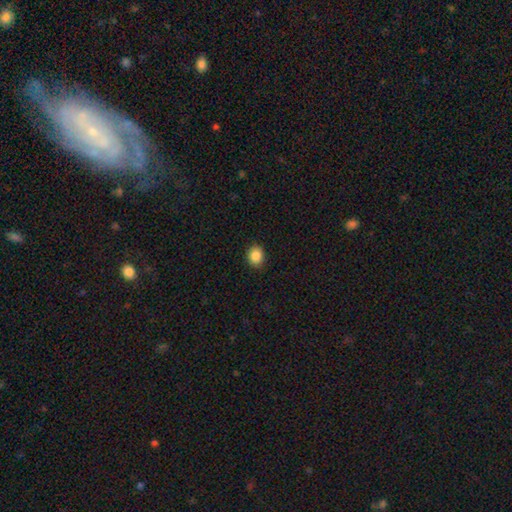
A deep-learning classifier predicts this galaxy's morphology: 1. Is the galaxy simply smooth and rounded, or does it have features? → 87% smooth, 9% star or artifact, 4% featured or disk.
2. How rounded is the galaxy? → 59% round, 40% in between, 1% cigar-shaped.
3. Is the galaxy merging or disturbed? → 90% none, 7% minor disturbance, 2% major disturbance, 1% merger.